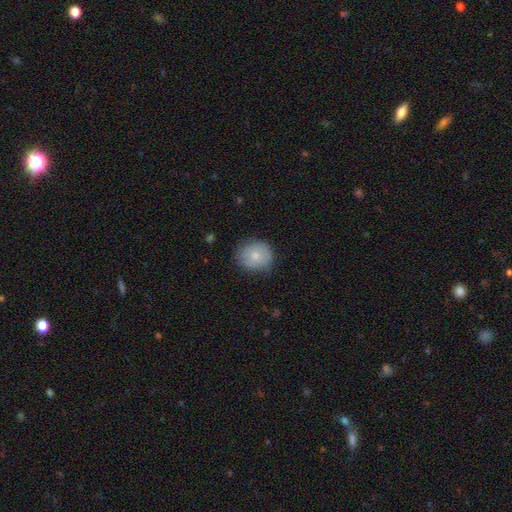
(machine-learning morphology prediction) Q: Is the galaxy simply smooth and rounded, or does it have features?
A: smooth — 77%.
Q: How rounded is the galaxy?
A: round — 83%.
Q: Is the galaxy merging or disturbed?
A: none — 74%.